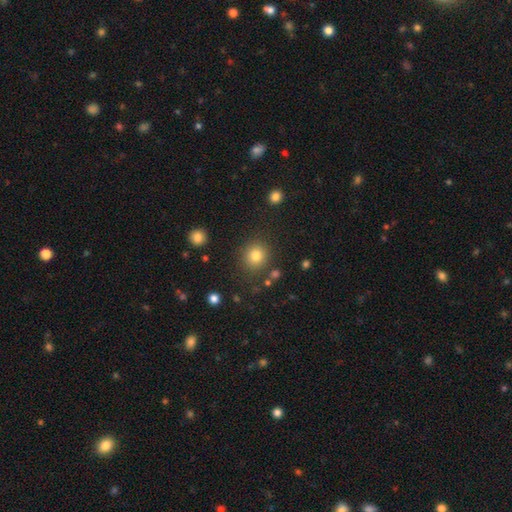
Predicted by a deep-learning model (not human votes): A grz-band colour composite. It shows a smooth galaxy with no disk features (82%) that is round (88%). Merging: none (86%).